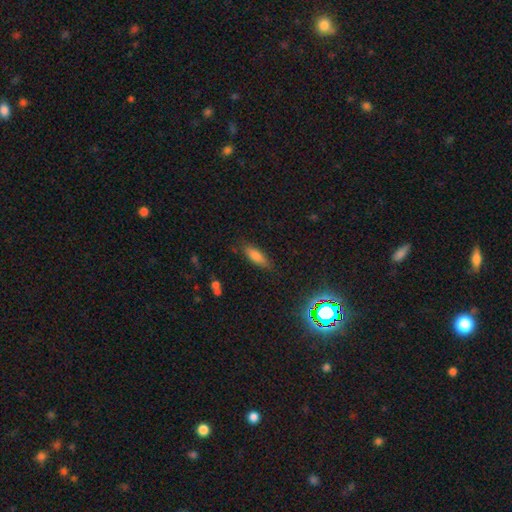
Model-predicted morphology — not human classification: Smooth or featured? smooth (77%)
How rounded? in between (59%)
Merging? none (80%)